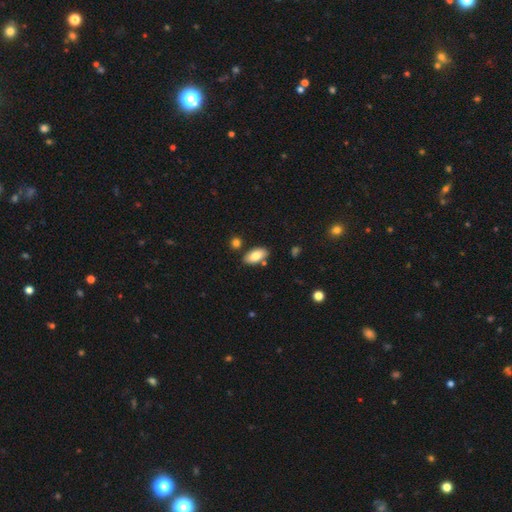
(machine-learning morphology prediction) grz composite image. It shows a smooth galaxy with no disk features (81%) that is in between round and cigar-shaped (92%). Merging: none (80%).